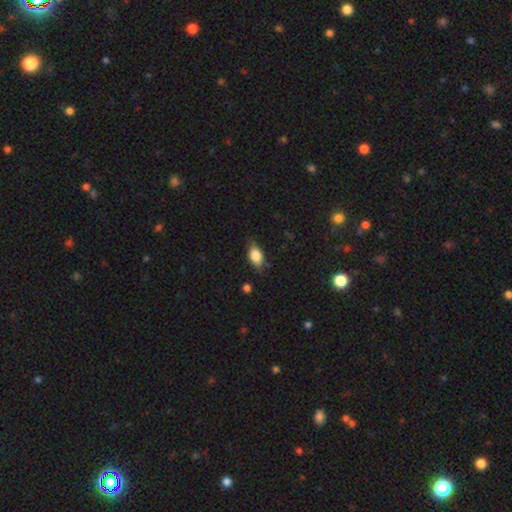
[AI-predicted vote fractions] The model was most divided on "merging": none: 73%, minor disturbance: 21%, major disturbance: 4%, merger: 1%. More confident: how rounded — in between (86%); smooth or featured — smooth (79%).